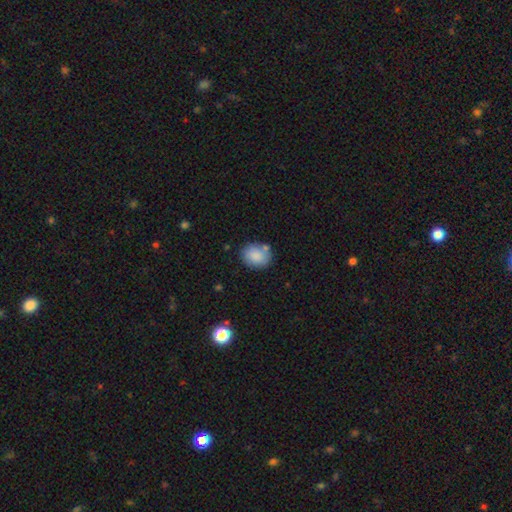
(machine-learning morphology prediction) The model was most divided on "how rounded": round: 55%, in between: 44%, cigar-shaped: 1%. More confident: smooth or featured — smooth (86%); merging — none (72%).